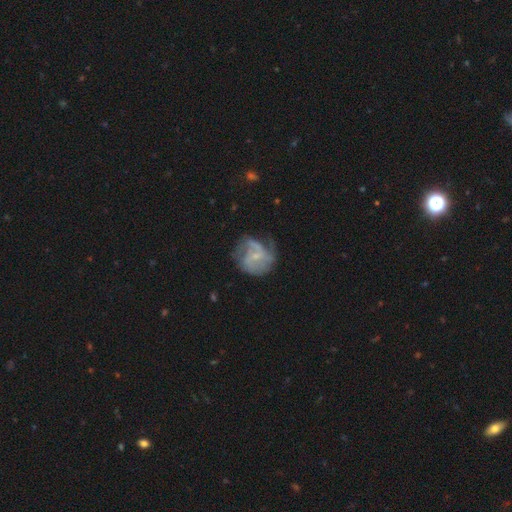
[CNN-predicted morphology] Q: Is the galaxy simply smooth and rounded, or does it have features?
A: featured or disk — 71%.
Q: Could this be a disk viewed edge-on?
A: no — 98%.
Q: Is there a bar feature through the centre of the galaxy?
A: weak — 47%.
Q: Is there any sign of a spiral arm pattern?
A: yes — 82%.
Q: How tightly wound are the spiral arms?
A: medium — 45%.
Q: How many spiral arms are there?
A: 2 — 35%.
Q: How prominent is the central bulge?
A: small — 63%.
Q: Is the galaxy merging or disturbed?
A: none — 49%.